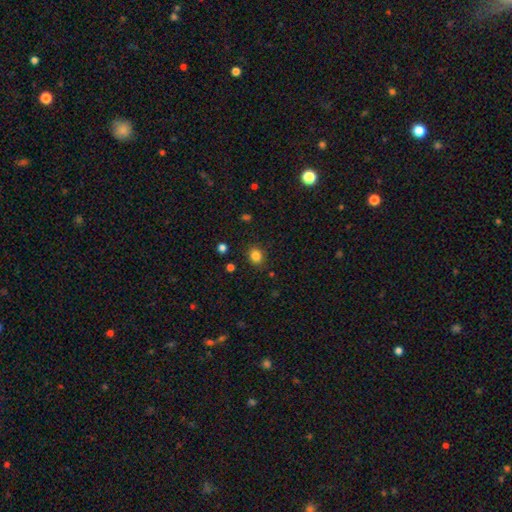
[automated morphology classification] This appears to be a smooth galaxy with no disk features (83%) that is round (71%). Merging: none (86%).